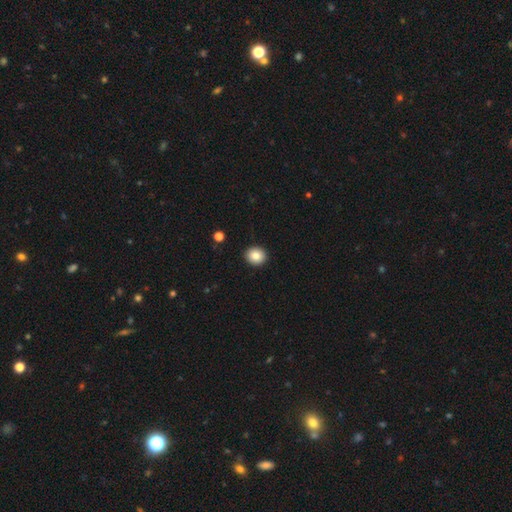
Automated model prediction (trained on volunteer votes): smooth 84%, star or artifact 9%, featured or disk 7%. Down the decision tree: how rounded — round (79%); merging — none (92%).